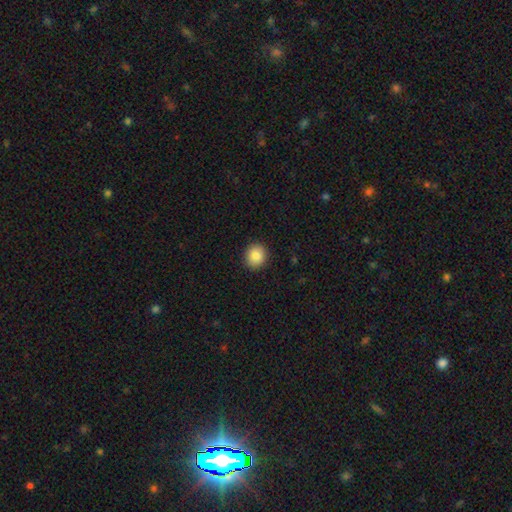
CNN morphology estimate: This is clearly a smooth galaxy (86%). How rounded: clearly round (85%). Merging: clearly none (91%).